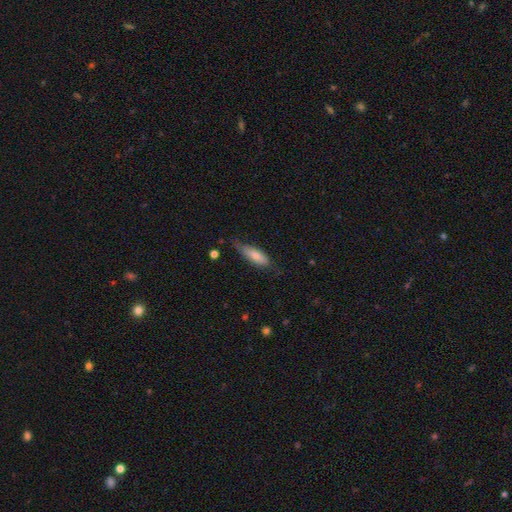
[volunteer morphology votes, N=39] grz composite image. It shows a smooth galaxy with no disk features (85%) that is in between round and cigar-shaped (70%). Merging: none (68%).